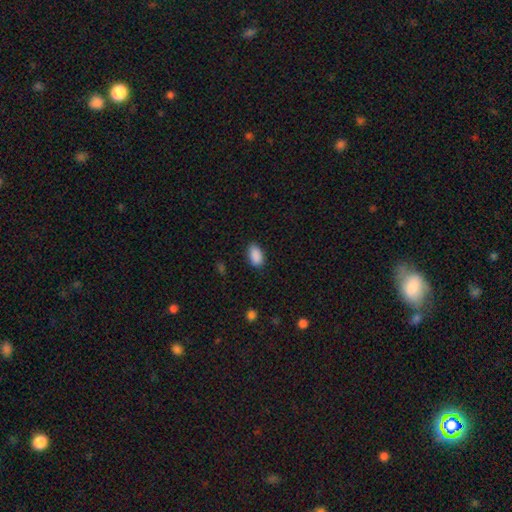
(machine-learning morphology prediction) A smooth galaxy with no disk features (90%) that is in between round and cigar-shaped (93%). Merging: none (86%).